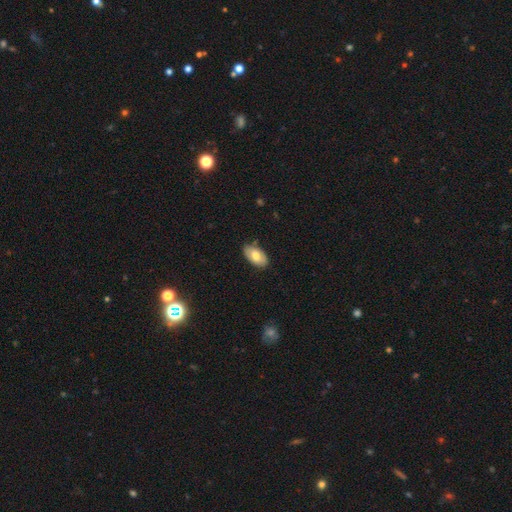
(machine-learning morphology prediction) smooth-or-featured: smooth: 73% | featured or disk: 20% | star or artifact: 6%
  how-rounded: in between: 95% | round: 3% | cigar-shaped: 2%
  merging: none: 82% | minor disturbance: 14% | major disturbance: 2% | merger: 1%